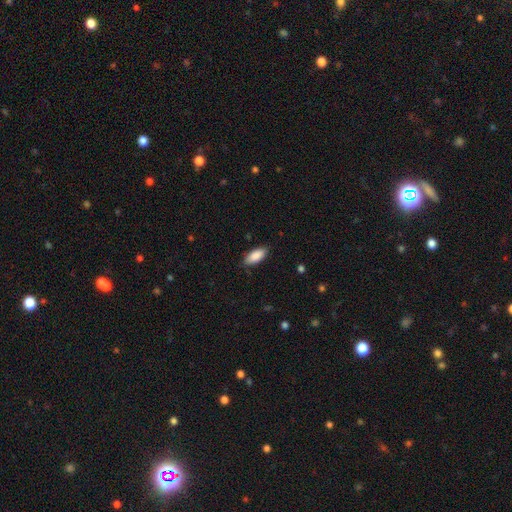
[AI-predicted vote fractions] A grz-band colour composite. It shows a smooth galaxy with no disk features (88%) that is in between round and cigar-shaped (86%). Merging: none (85%).